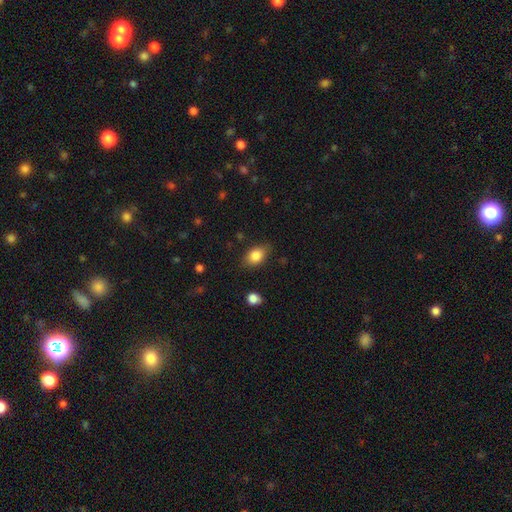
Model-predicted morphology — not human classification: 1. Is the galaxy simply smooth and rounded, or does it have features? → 83% smooth, 9% featured or disk, 8% star or artifact.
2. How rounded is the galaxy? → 78% in between, 20% round, 2% cigar-shaped.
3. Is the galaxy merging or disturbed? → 80% none, 16% minor disturbance, 3% major disturbance, 1% merger.